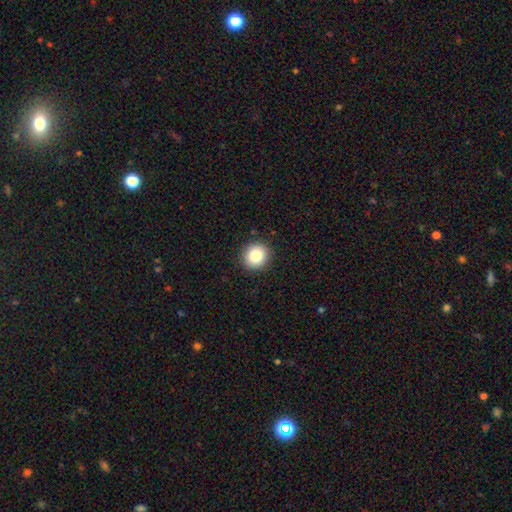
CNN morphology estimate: A smooth galaxy with no disk features (84%) that is round (90%). Merging: none (91%).